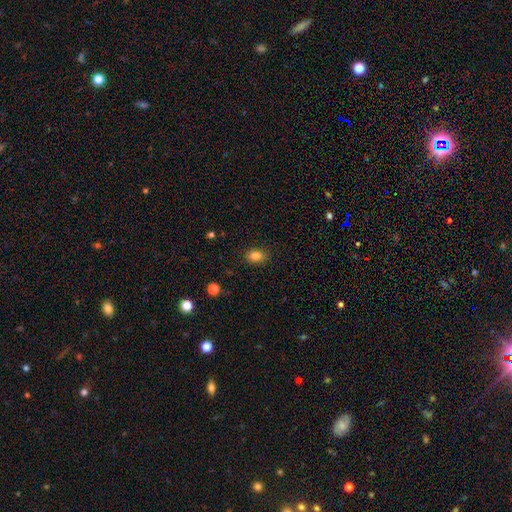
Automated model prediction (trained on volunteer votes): A smooth galaxy with no disk features (83%) that is in between round and cigar-shaped (74%). Merging: none (87%).